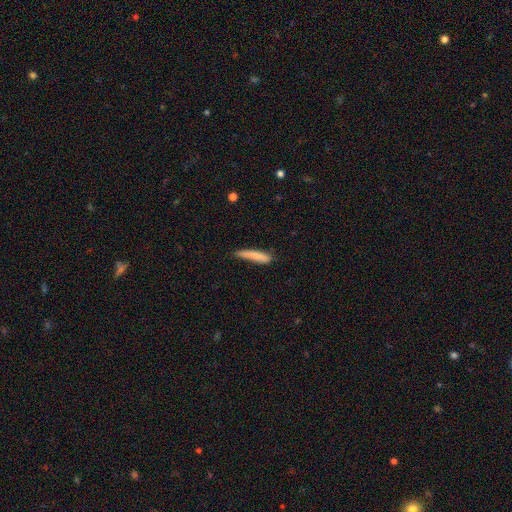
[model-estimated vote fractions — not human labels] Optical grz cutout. It shows a smooth galaxy with no disk features (81%) that is cigar-shaped (88%). Merging: none (63%).